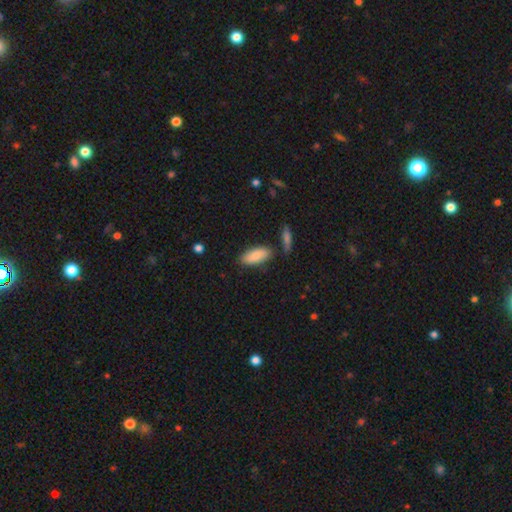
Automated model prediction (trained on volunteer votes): Smooth or featured?
  - smooth: 87% *
  - featured or disk: 8%
  - star or artifact: 6%
How rounded?
  - in between: 84% *
  - cigar-shaped: 14%
  - round: 2%
Merging?
  - none: 78% *
  - minor disturbance: 13%
  - merger: 7%
  - major disturbance: 3%